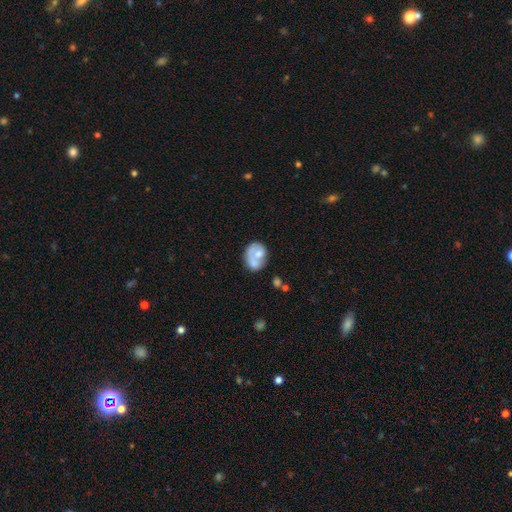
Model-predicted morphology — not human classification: type=smooth (54%); roundness=in between (53%); merging=merger (37%).